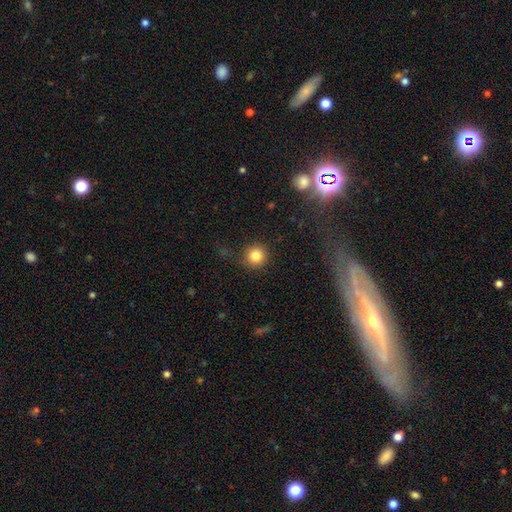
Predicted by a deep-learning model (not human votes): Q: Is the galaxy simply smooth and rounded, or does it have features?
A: smooth — 84%.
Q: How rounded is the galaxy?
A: round — 94%.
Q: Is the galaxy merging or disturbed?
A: none — 86%.